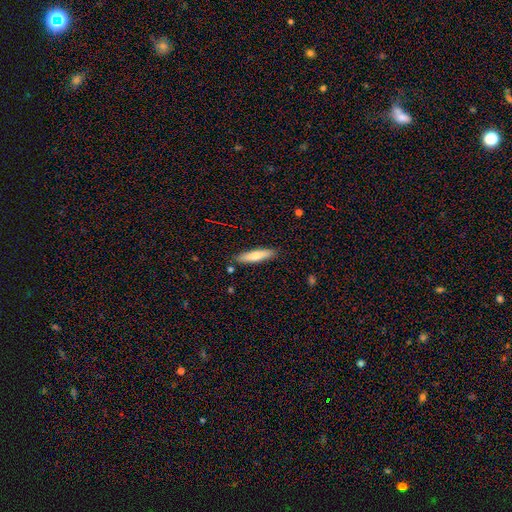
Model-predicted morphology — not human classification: type=smooth (72%); roundness=cigar-shaped (80%); merging=none (88%).